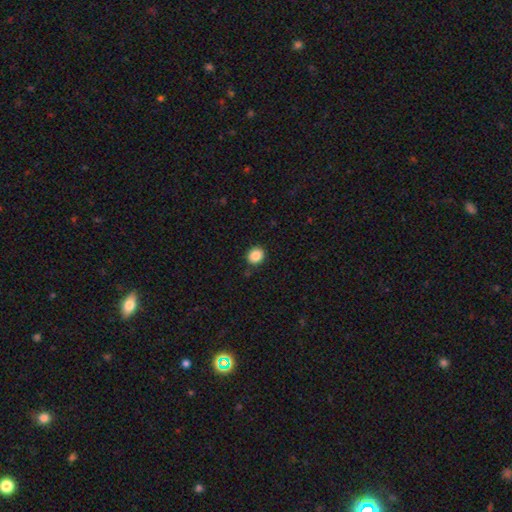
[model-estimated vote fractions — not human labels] A smooth galaxy with no disk features (87%) that is round (77%).

Vote fractions:
- Smooth or featured? smooth: 87% / star or artifact: 10% / featured or disk: 4%
- How rounded? round: 77% / in between: 22% / cigar-shaped: 1%
- Merging? none: 88% / minor disturbance: 8% / major disturbance: 2% / merger: 2%